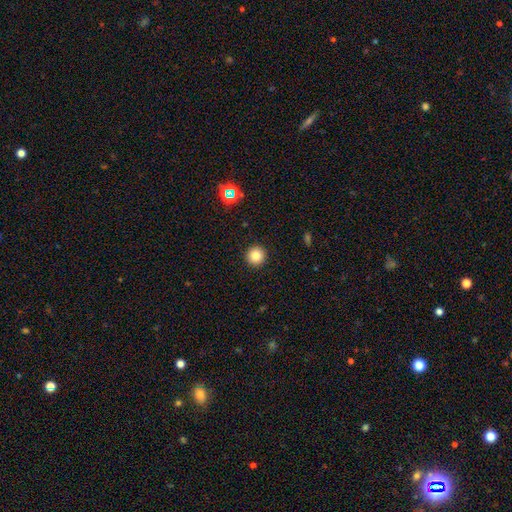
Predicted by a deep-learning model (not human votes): smooth-or-featured: smooth: 82% | star or artifact: 12% | featured or disk: 6%
  how-rounded: round: 95% | in between: 4% | cigar-shaped: 1%
  merging: none: 93% | minor disturbance: 5% | major disturbance: 2% | merger: 1%